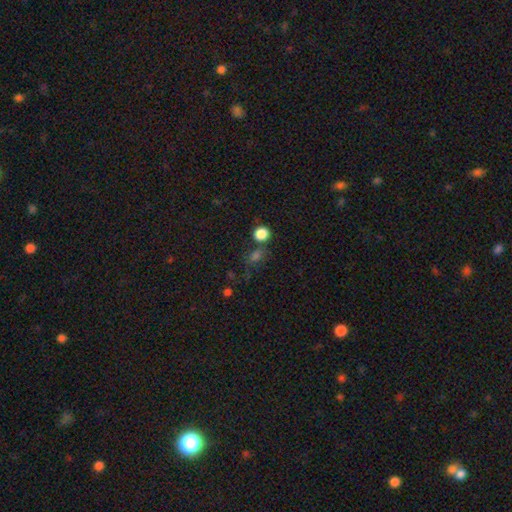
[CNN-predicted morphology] This is likely a smooth galaxy (62%). How rounded: likely round (70%). Merging: likely none (64%).